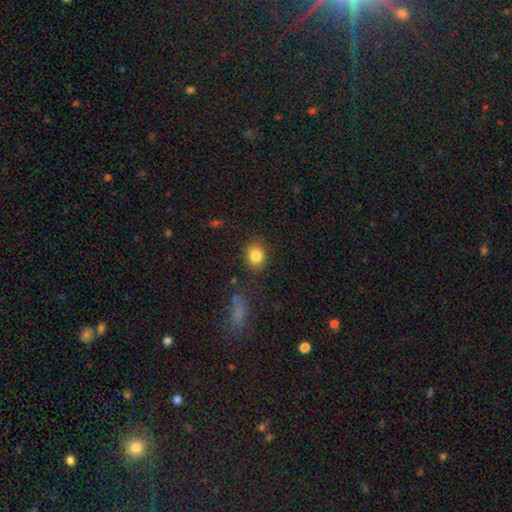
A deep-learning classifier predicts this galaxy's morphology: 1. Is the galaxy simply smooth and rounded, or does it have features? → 84% smooth, 9% star or artifact, 7% featured or disk.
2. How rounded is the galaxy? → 66% round, 33% in between, 1% cigar-shaped.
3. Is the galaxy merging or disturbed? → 83% none, 11% minor disturbance, 3% major disturbance, 3% merger.